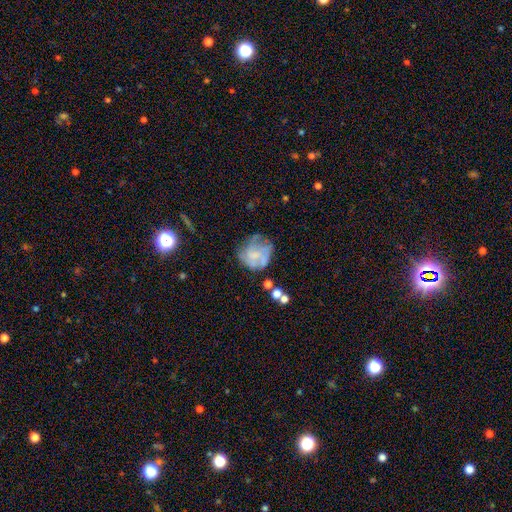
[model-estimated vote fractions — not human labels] The model was most divided on "smooth or featured": featured or disk: 49%, smooth: 39%, star or artifact: 11%. Remaining: merging — none (49%).